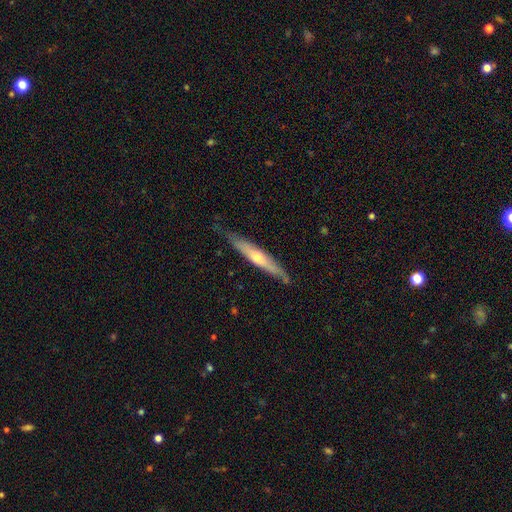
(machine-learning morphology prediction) Smooth or featured: featured or disk — 61% (smooth — 33%)
Edge-on disk: yes — 90% (no — 10%)
Edge-on bulge: rounded — 73% (none — 22%)
Merging: none — 76% (minor disturbance — 19%)